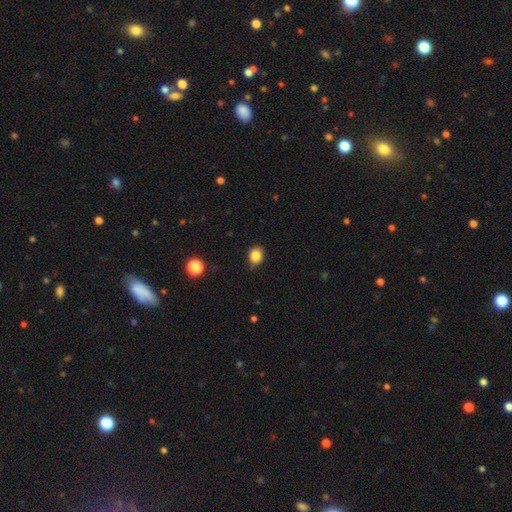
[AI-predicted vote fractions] This is clearly a smooth galaxy (85%). How rounded: likely round (66%). Merging: likely none (73%).